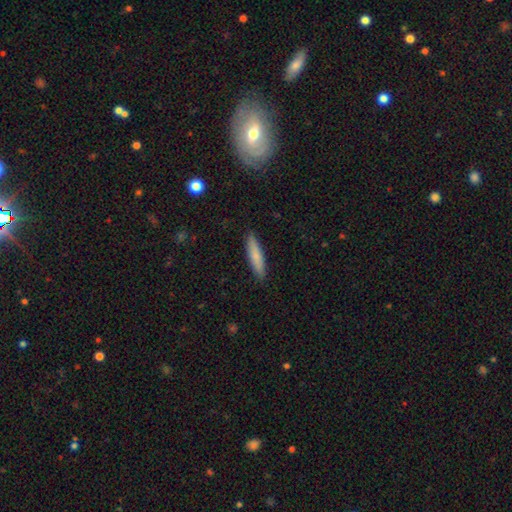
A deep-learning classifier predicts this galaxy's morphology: Smooth or featured?
  - smooth: 78% *
  - featured or disk: 16%
  - star or artifact: 6%
How rounded?
  - cigar-shaped: 82% *
  - in between: 16%
  - round: 1%
Merging?
  - none: 90% *
  - minor disturbance: 8%
  - major disturbance: 2%
  - merger: 1%